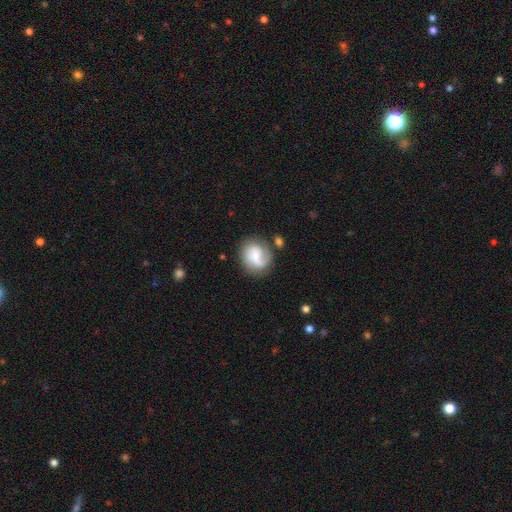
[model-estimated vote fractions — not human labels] smooth-or-featured: featured or disk: 56% | smooth: 37% | star or artifact: 7%
  disk-edge-on: no: 98% | yes: 2%
    bar: no: 59% | weak: 35% | strong: 6%
    has-spiral-arms: yes: 87% | no: 13%
    bulge-size: small: 50% | moderate: 35% | none: 8% | large: 5% | dominant: 2%
  merging: none: 66% | minor disturbance: 19% | major disturbance: 10% | merger: 5%